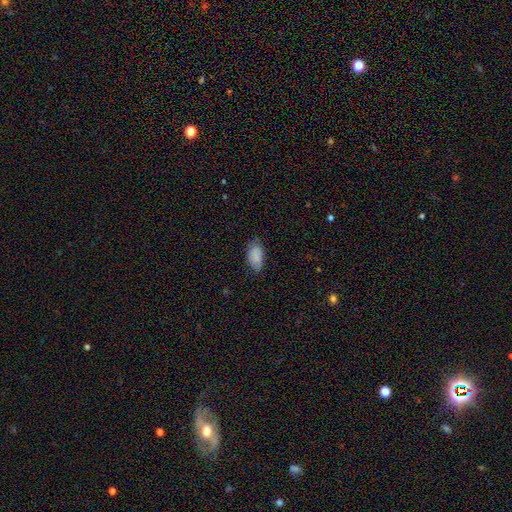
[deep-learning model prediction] Q: Smooth or featured?
A: smooth (81%); runner-up: featured or disk (11%)
Q: How rounded?
A: in between (94%); runner-up: round (4%)
Q: Merging?
A: none (67%); runner-up: minor disturbance (26%)